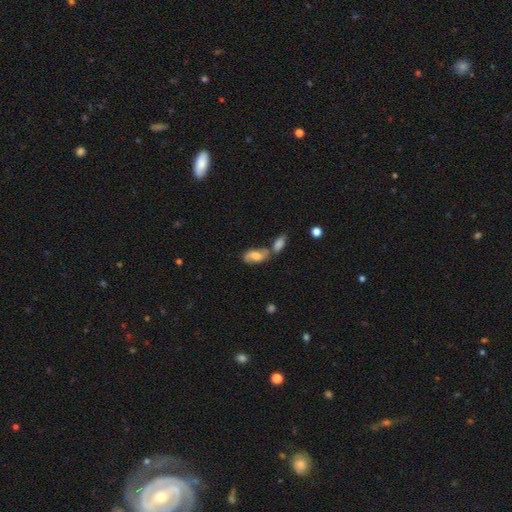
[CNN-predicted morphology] Smooth or featured?
  - smooth: 51% *
  - featured or disk: 41%
  - star or artifact: 8%
How rounded?
  - in between: 88% *
  - cigar-shaped: 7%
  - round: 5%
Merging?
  - none: 42% *
  - merger: 38%
  - minor disturbance: 14%
  - major disturbance: 6%